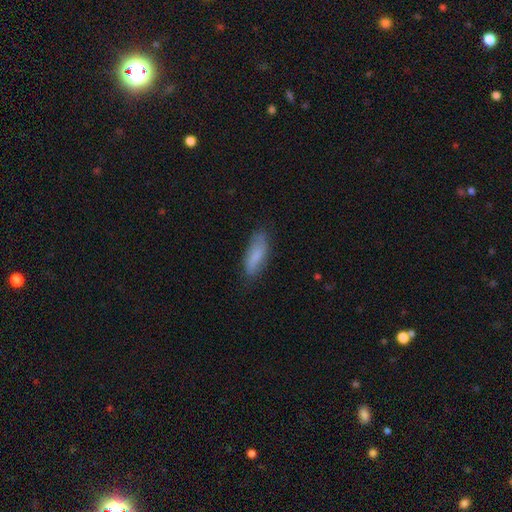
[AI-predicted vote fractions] Smooth or featured? smooth (76%)
How rounded? in between (55%)
Merging? none (73%)